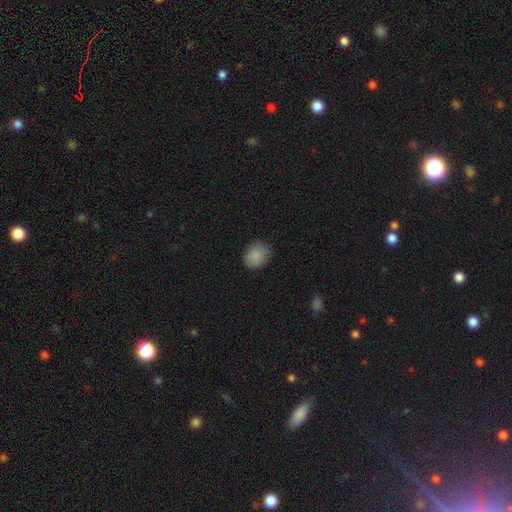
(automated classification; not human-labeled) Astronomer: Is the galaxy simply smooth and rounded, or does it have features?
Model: smooth — 87%.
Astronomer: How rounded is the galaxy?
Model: round — 53% (runner-up: in between, 46%).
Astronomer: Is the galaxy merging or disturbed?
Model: none — 79%.